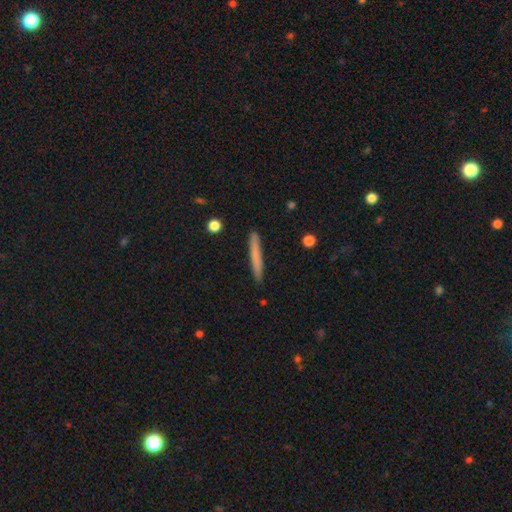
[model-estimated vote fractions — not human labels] Morphology: type=smooth (71%); roundness=cigar-shaped (96%); merging=none (90%).